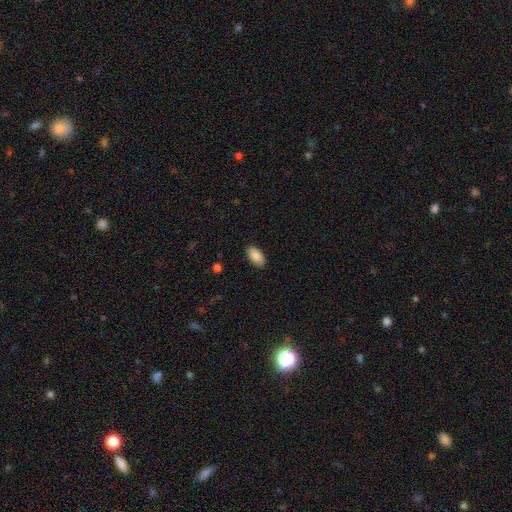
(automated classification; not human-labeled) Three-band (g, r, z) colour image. It shows a smooth galaxy with no disk features (87%) that is in between round and cigar-shaped (95%). Merging: none (88%).